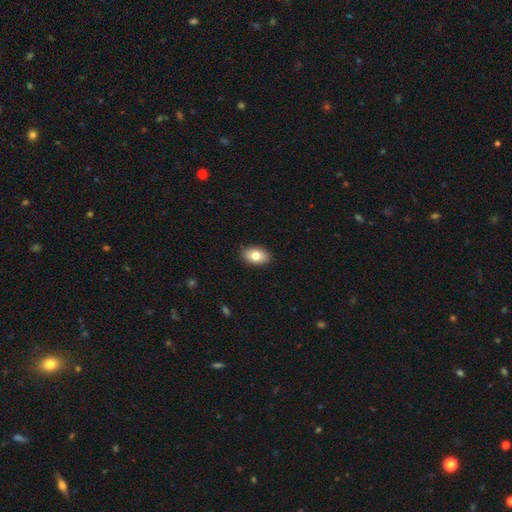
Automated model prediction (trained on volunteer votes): A smooth galaxy with no disk features (79%) that is in between round and cigar-shaped (89%).

Vote fractions:
- Smooth or featured? smooth: 79% / featured or disk: 13% / star or artifact: 8%
- How rounded? in between: 89% / round: 10% / cigar-shaped: 1%
- Merging? none: 89% / minor disturbance: 9% / major disturbance: 2% / merger: 1%